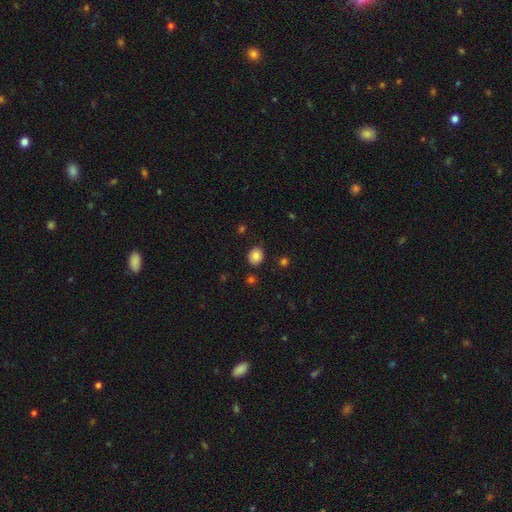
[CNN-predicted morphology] Smooth or featured? smooth (82%)
How rounded? round (65%)
Merging? none (86%)